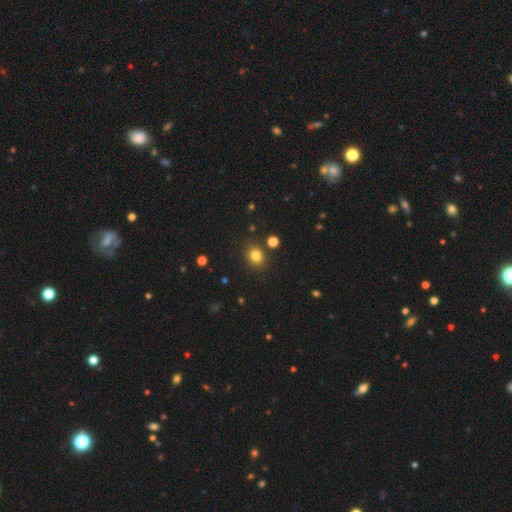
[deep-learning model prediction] Smooth or featured: smooth — 81% (star or artifact — 13%)
How rounded: round — 66% (in between — 33%)
Merging: none — 83% (minor disturbance — 9%)